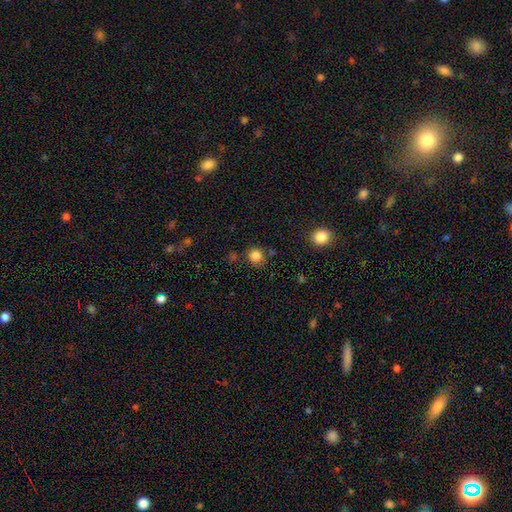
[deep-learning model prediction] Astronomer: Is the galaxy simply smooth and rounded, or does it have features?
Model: smooth — 84%.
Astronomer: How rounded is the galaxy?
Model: round — 86%.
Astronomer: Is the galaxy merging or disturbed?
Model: none — 78%.